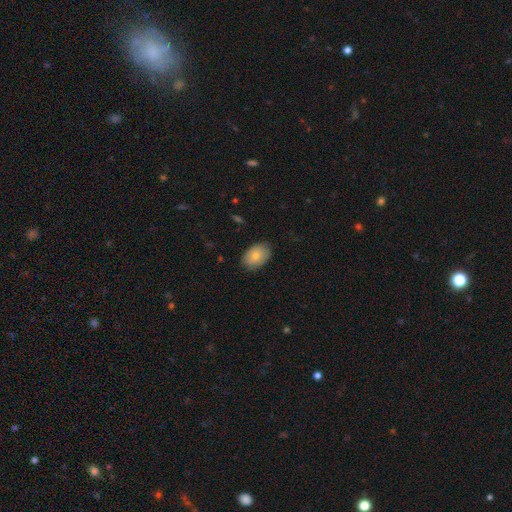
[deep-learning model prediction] A smooth galaxy with no disk features (79%) that is in between round and cigar-shaped (87%). Merging: none (84%).